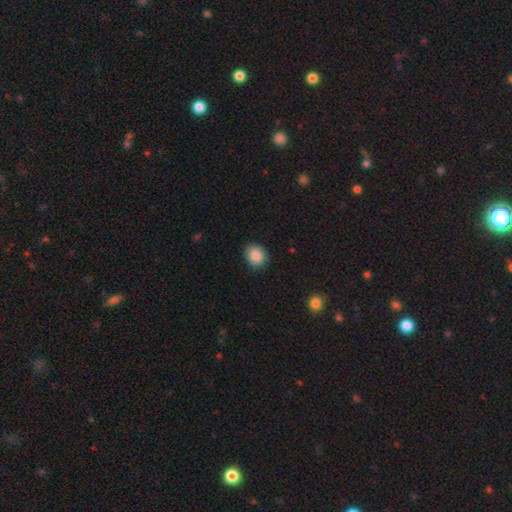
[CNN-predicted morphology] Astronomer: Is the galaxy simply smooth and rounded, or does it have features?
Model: smooth — 87%.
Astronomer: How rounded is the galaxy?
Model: round — 66%.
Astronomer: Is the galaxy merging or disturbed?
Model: none — 87%.